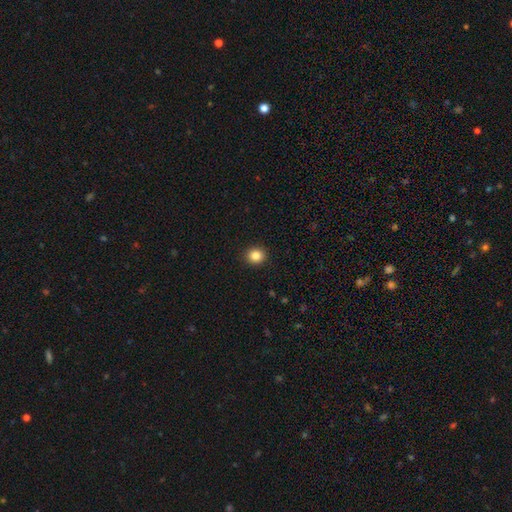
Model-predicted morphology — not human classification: type=smooth (84%); roundness=round (87%); merging=none (93%).